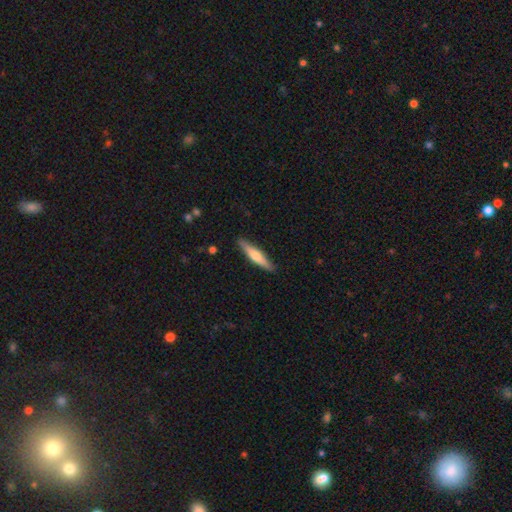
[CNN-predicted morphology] Smooth or featured: smooth — 51% (featured or disk — 43%)
How rounded: cigar-shaped — 87% (in between — 12%)
Merging: none — 89% (minor disturbance — 8%)